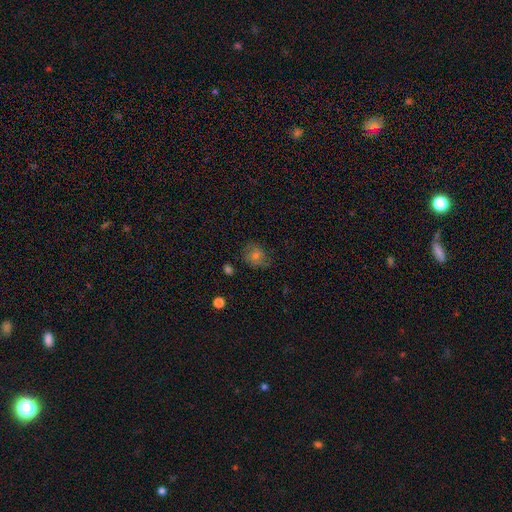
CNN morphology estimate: smooth_or_featured: smooth (p=0.50) [alt: featured or disk p=0.31]
how_rounded: round (p=0.66) [alt: in between p=0.33]
merging: none (p=0.70) [alt: minor disturbance p=0.20]